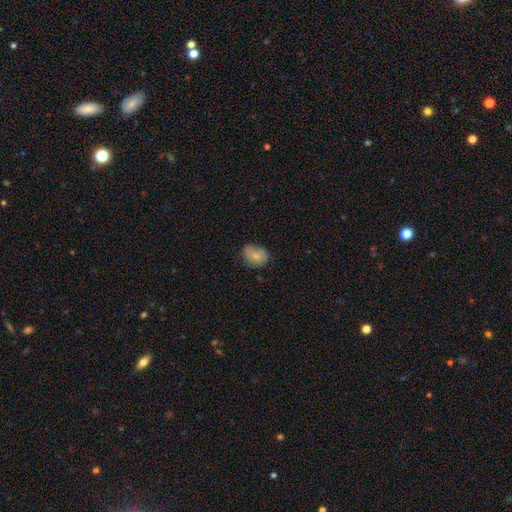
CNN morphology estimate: A smooth galaxy with no disk features (71%) that is in between round and cigar-shaped (60%).

Vote fractions:
- Smooth or featured? smooth: 71% / featured or disk: 21% / star or artifact: 8%
- How rounded? in between: 60% / round: 39% / cigar-shaped: 1%
- Merging? none: 63% / minor disturbance: 29% / major disturbance: 7% / merger: 1%